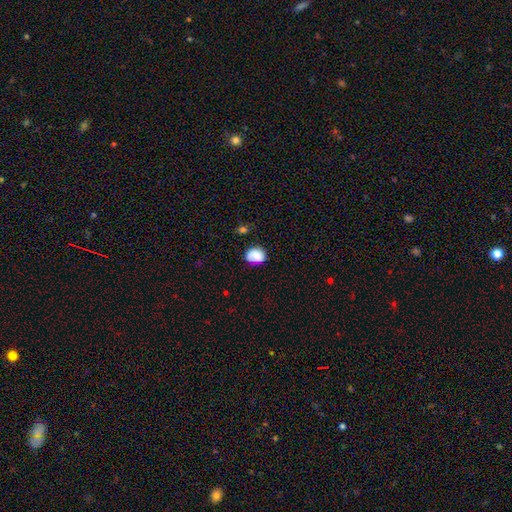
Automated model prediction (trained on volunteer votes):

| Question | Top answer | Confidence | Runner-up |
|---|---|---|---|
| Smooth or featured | smooth | 82% | star or artifact (9%) |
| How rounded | in between | 57% | round (42%) |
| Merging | none | 65% | minor disturbance (24%) |